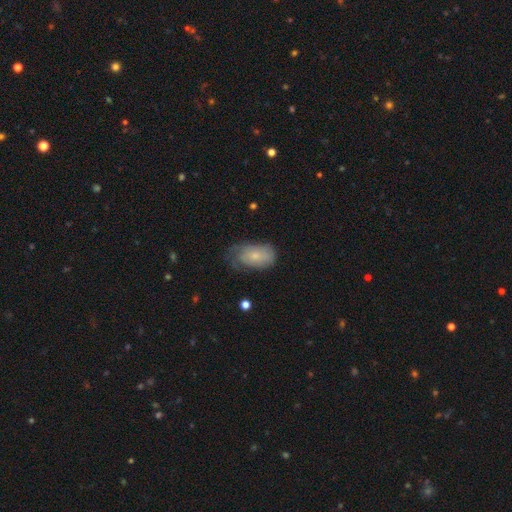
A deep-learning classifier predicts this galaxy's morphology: Smooth or featured? smooth (60%)
How rounded? in between (91%)
Merging? none (43%)